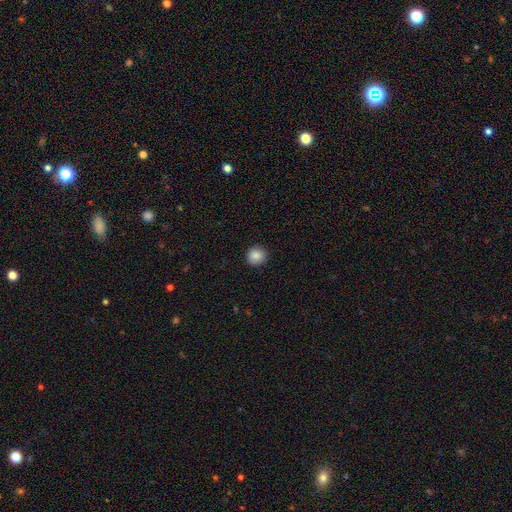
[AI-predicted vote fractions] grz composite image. It shows a smooth galaxy with no disk features (87%) that is round (93%). Merging: none (91%).